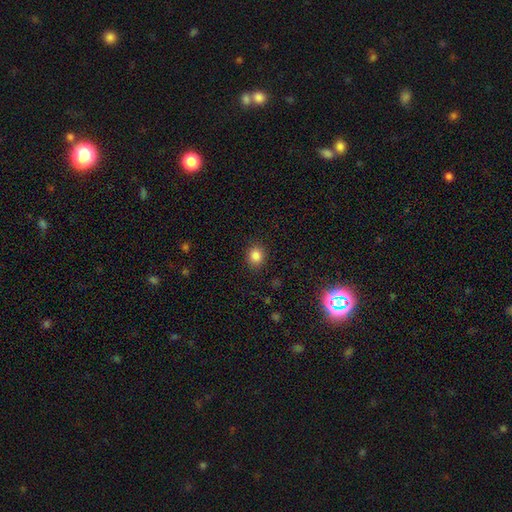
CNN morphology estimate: The model was most divided on "how rounded": round: 78%, in between: 21%, cigar-shaped: 1%. More confident: merging — none (89%); smooth or featured — smooth (85%).